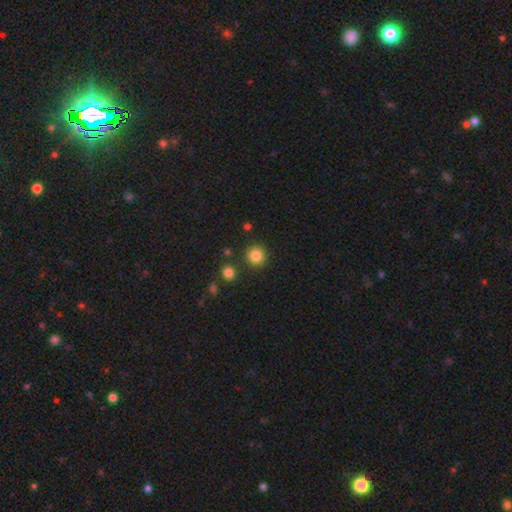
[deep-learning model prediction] smooth 84%, star or artifact 11%, featured or disk 5%. Down the decision tree: how rounded — round (94%); merging — none (88%).